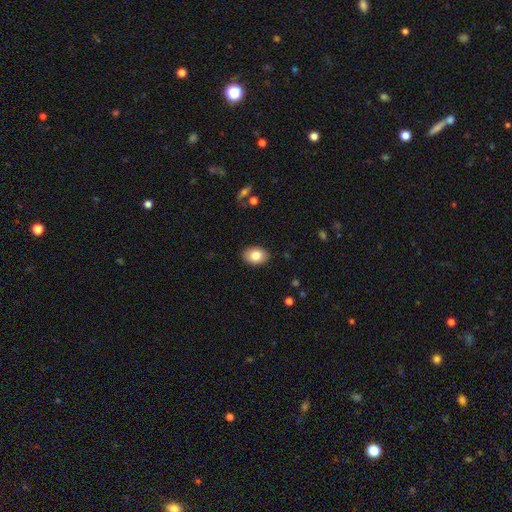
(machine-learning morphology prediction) type=smooth (82%); roundness=in between (77%); merging=none (88%).